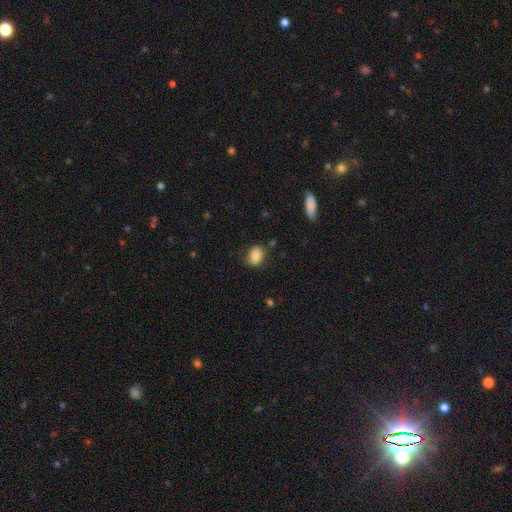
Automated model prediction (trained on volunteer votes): A smooth galaxy with no disk features (84%) that is in between round and cigar-shaped (68%).

Vote fractions:
- Smooth or featured? smooth: 84% / star or artifact: 8% / featured or disk: 8%
- How rounded? in between: 68% / round: 31% / cigar-shaped: 1%
- Merging? none: 75% / minor disturbance: 18% / major disturbance: 4% / merger: 3%